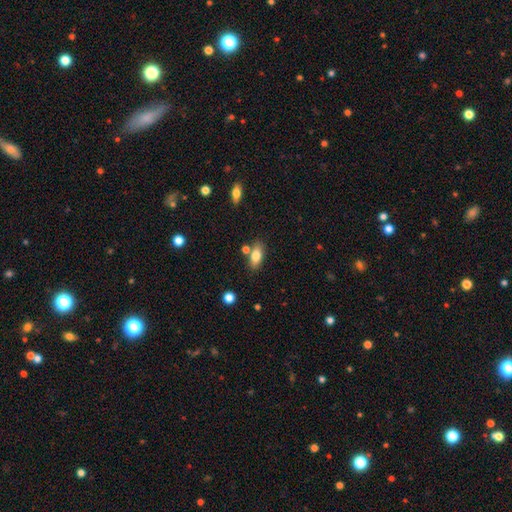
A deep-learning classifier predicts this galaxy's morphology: Smooth or featured? smooth (79%)
How rounded? in between (85%)
Merging? none (71%)